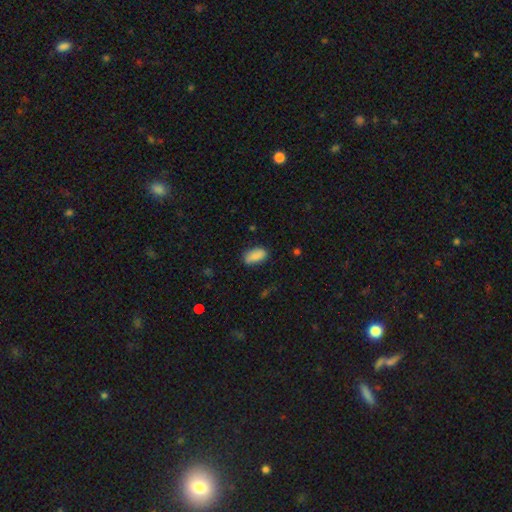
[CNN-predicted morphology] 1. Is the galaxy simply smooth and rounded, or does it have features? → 87% smooth, 7% star or artifact, 6% featured or disk.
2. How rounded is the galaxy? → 91% in between, 6% cigar-shaped, 3% round.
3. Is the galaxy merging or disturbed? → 77% none, 18% minor disturbance, 4% major disturbance, 2% merger.